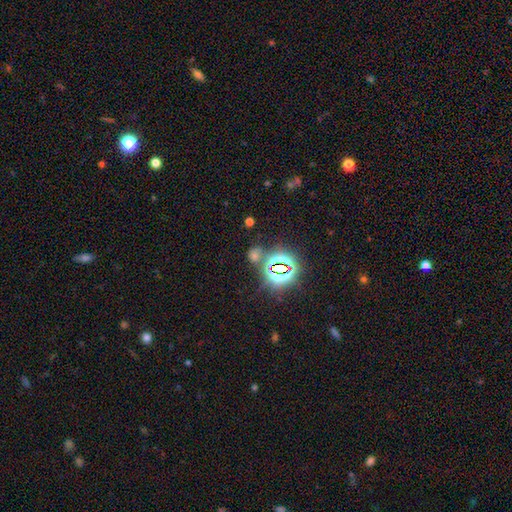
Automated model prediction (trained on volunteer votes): smooth-or-featured: star or artifact: 74% | smooth: 18% | featured or disk: 8%